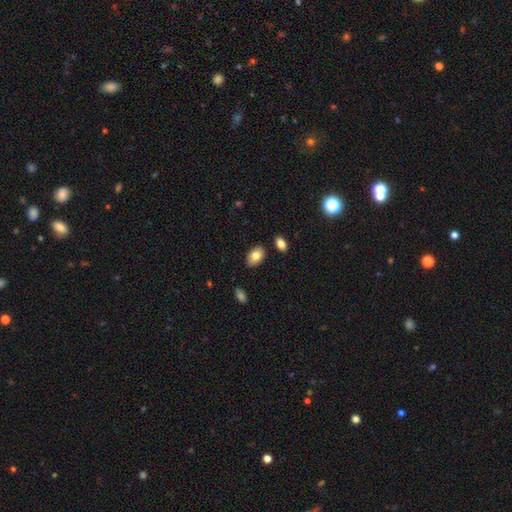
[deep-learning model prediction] Smooth or featured? smooth (80%)
How rounded? in between (89%)
Merging? none (84%)